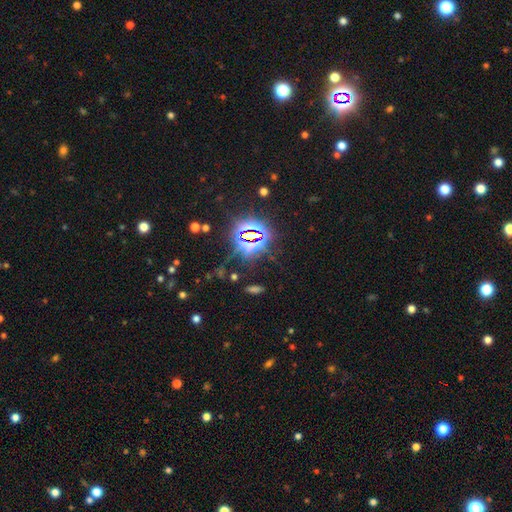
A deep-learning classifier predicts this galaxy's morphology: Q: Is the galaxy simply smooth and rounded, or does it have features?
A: star or artifact — 81%.